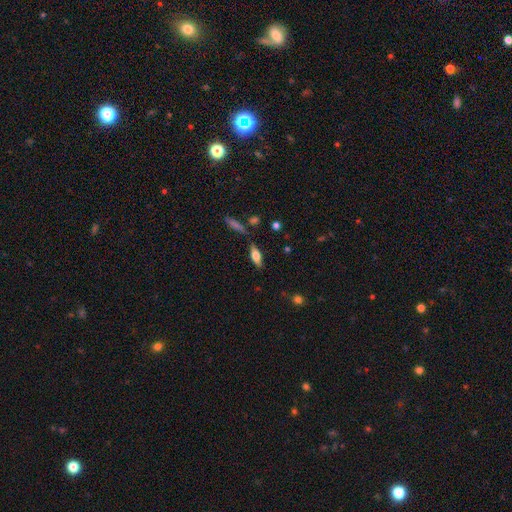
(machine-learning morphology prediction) Smooth or featured: smooth — 63% (featured or disk — 29%)
How rounded: in between — 68% (cigar-shaped — 29%)
Merging: none — 79% (minor disturbance — 13%)